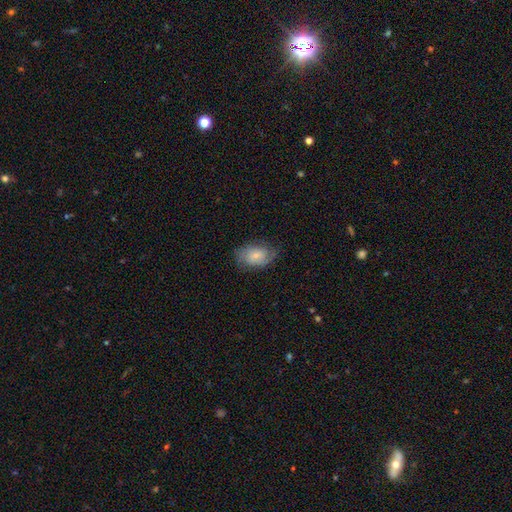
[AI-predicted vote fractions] Smooth or featured? smooth (54%)
How rounded? in between (83%)
Merging? none (67%)